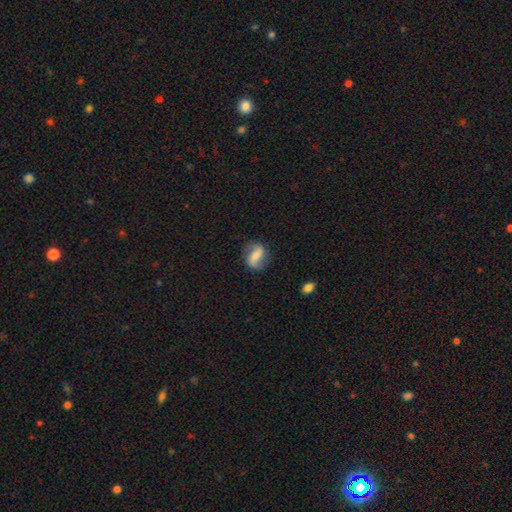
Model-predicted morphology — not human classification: Smooth or featured? featured or disk (61%)
Edge-on disk? no (96%)
Bar? strong (42%)
Spiral arms? yes (88%)
Spiral winding? loose (61%)
Spiral arm count? 2 (88%)
Bulge size? small (34%)
Merging? none (76%)